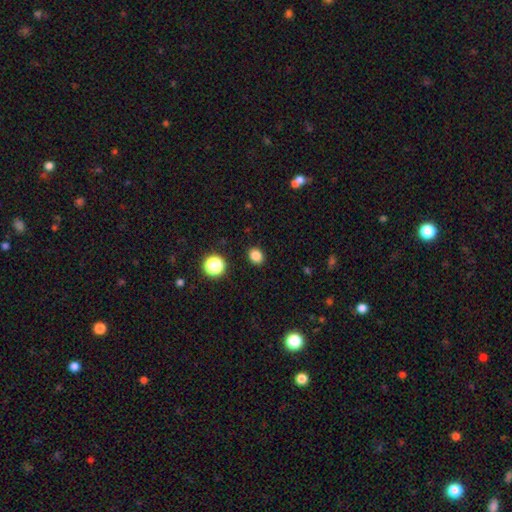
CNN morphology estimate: Smooth or featured?
  - smooth: 83% *
  - star or artifact: 13%
  - featured or disk: 4%
How rounded?
  - round: 62% *
  - in between: 37%
  - cigar-shaped: 1%
Merging?
  - none: 90% *
  - minor disturbance: 7%
  - major disturbance: 2%
  - merger: 1%